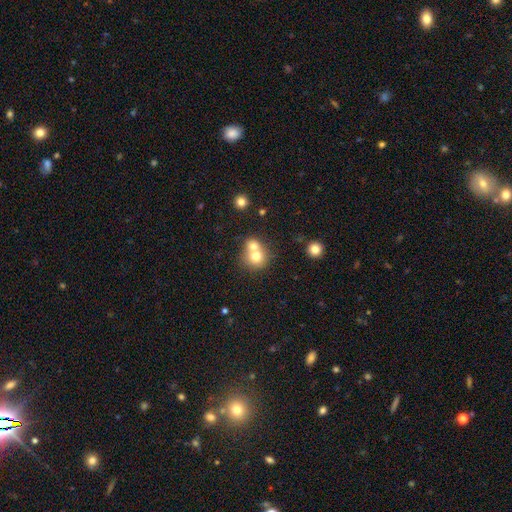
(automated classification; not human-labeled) This is likely a smooth galaxy (71%). How rounded: clearly round (81%). Merging: possibly merger (60%).